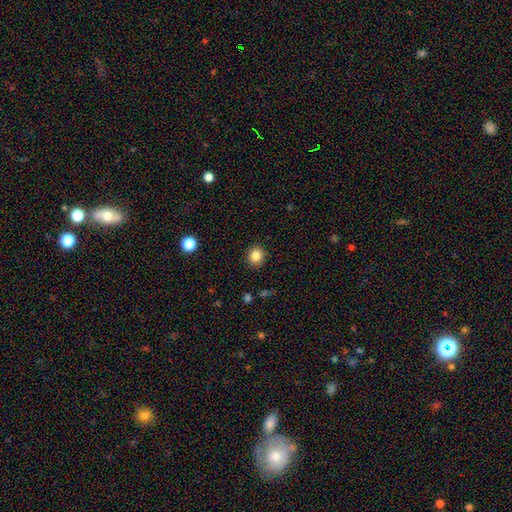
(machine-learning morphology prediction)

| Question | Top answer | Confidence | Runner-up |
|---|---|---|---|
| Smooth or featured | smooth | 84% | star or artifact (11%) |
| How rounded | round | 76% | in between (23%) |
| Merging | none | 90% | minor disturbance (7%) |